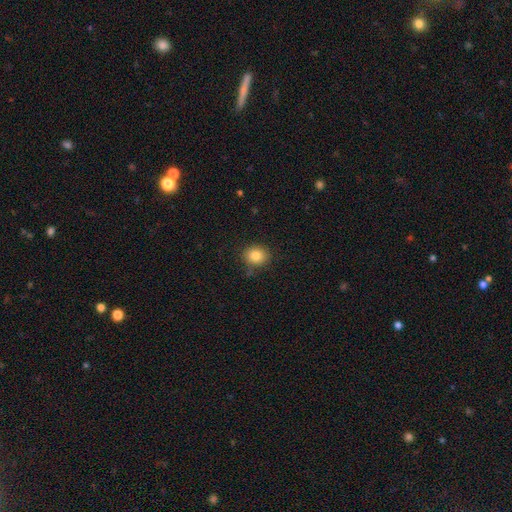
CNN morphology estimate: Overall: smooth (83%). How rounded: round (69%; in between 30%). Merging: none (83%).